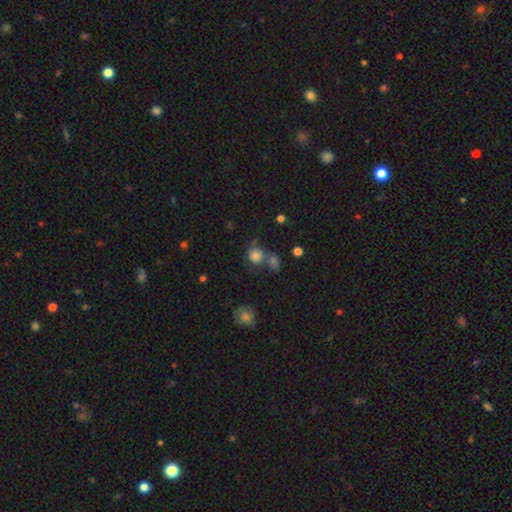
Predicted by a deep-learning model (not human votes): A smooth galaxy with no disk features (78%) that is round (81%). Merging: none (46%).